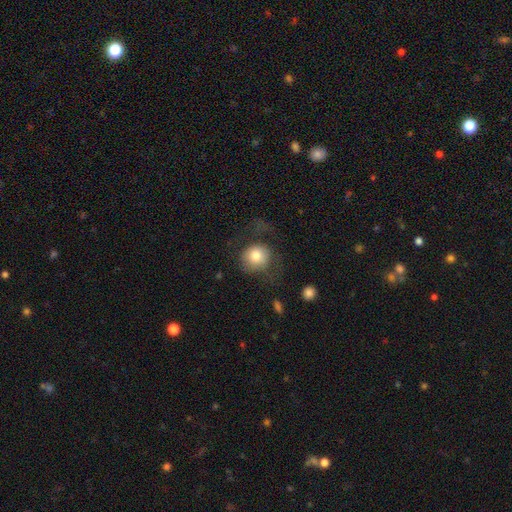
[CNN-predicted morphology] Overall: smooth (77%). How rounded: round (86%). Merging: none (51%; major disturbance 28%).